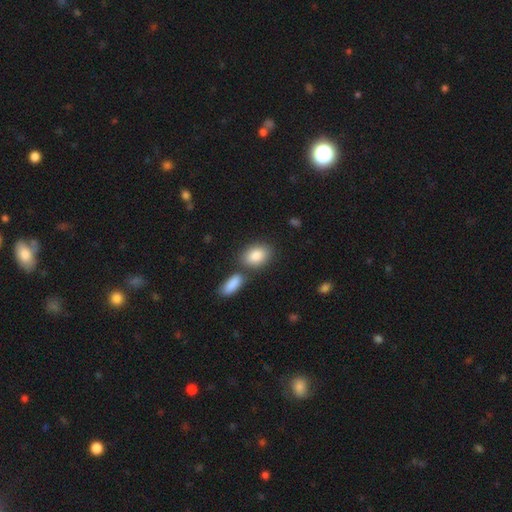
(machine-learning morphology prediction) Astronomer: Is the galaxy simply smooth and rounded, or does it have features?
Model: smooth — 86%.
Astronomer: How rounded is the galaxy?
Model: in between — 85%.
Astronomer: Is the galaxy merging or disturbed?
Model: none — 60%.